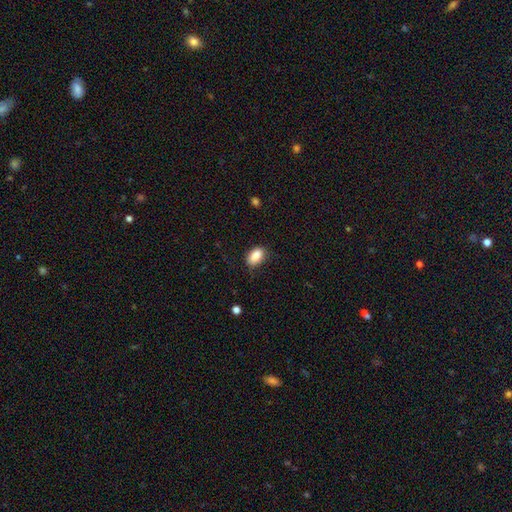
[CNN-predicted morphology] Smooth or featured: smooth — 88% (star or artifact — 8%)
How rounded: in between — 89% (round — 9%)
Merging: none — 76% (minor disturbance — 19%)